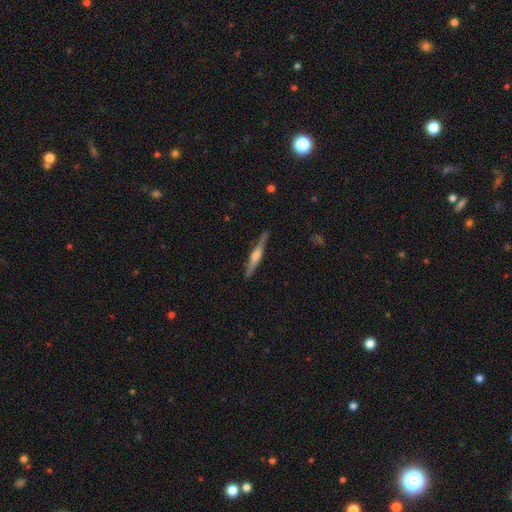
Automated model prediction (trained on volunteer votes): Smooth or featured? Predicted: featured or disk (p=0.72). Edge-on disk? Predicted: yes (p=0.98). Edge-on bulge? Predicted: rounded (p=0.68). Merging? Predicted: none (p=0.88).